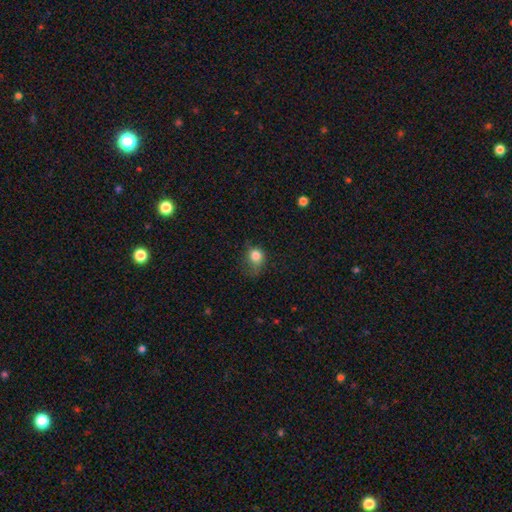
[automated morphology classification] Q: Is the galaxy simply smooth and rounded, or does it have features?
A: smooth — 83%.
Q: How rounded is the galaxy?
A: round — 73%.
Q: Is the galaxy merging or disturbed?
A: none — 48%.